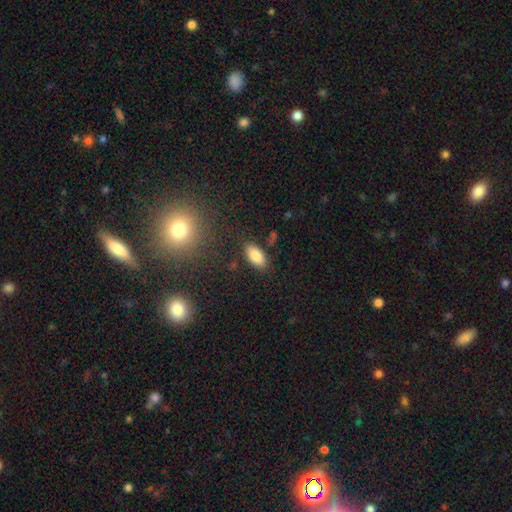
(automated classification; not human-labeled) The model was most divided on "merging": none: 84%, minor disturbance: 11%, major disturbance: 3%, merger: 3%. More confident: how rounded — in between (93%); smooth or featured — smooth (84%).